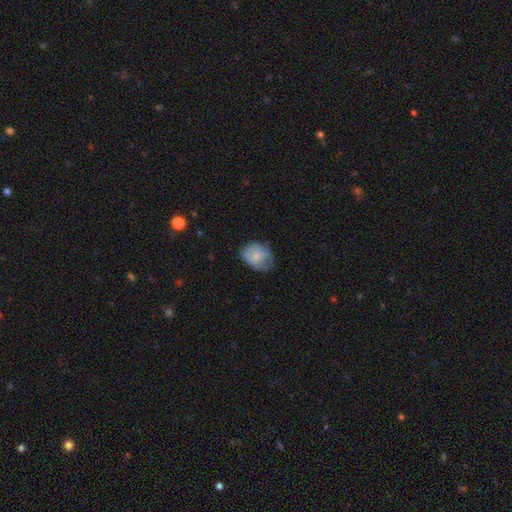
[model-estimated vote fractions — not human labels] Smooth or featured: smooth — 68% (featured or disk — 24%)
How rounded: in between — 55% (round — 44%)
Merging: none — 56% (minor disturbance — 30%)